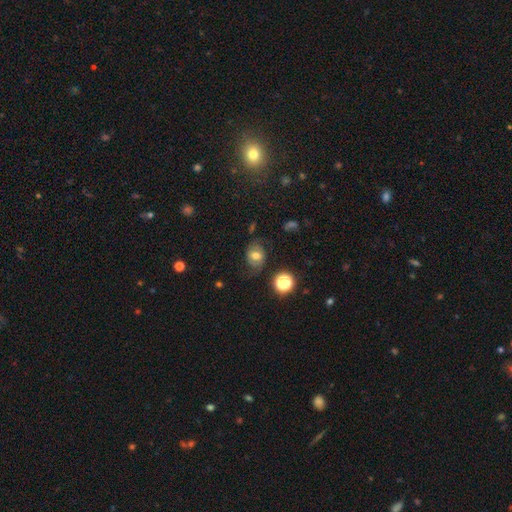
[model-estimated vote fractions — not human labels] Smooth or featured? smooth (56%)
How rounded? in between (52%)
Merging? none (66%)